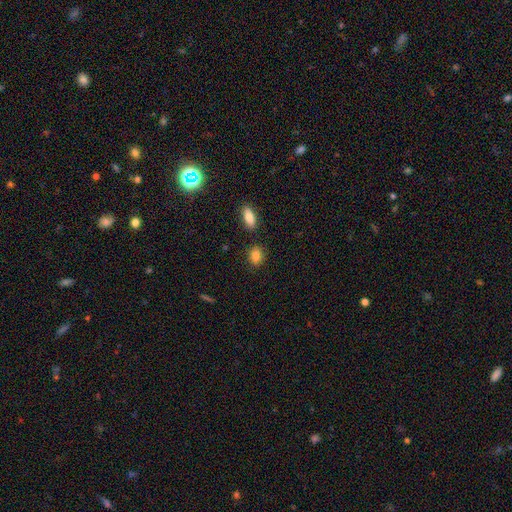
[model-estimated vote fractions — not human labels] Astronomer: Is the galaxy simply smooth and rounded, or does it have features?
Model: smooth — 86%.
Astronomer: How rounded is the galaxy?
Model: in between — 58% (runner-up: round, 40%).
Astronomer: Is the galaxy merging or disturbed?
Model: none — 84%.